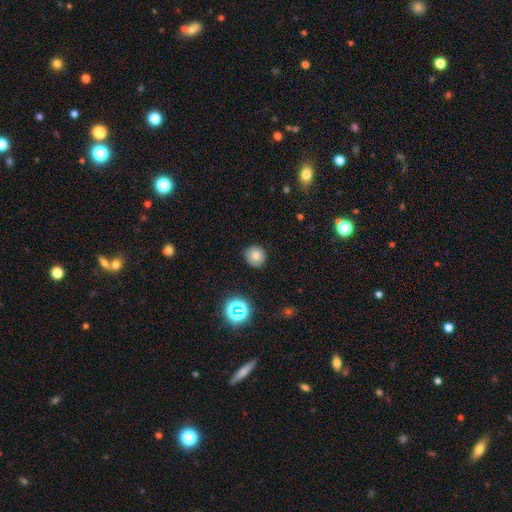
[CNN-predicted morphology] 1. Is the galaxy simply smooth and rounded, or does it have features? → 77% smooth, 15% star or artifact, 8% featured or disk.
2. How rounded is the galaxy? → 88% round, 11% in between, 1% cigar-shaped.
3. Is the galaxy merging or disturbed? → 86% none, 10% minor disturbance, 2% major disturbance, 1% merger.